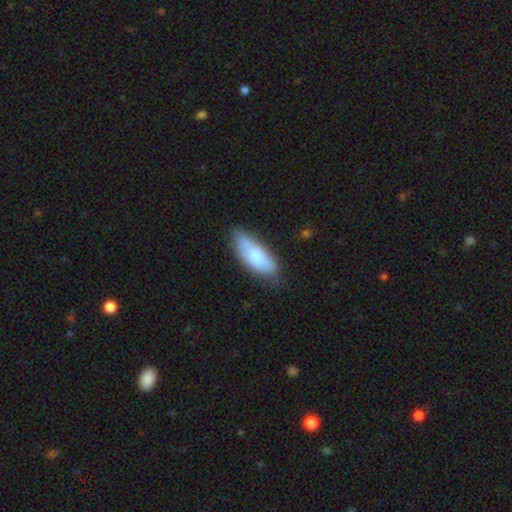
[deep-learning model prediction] The model was most divided on "merging": none: 63%, minor disturbance: 29%, major disturbance: 6%, merger: 3%. More confident: smooth or featured — smooth (78%); how rounded — in between (72%).